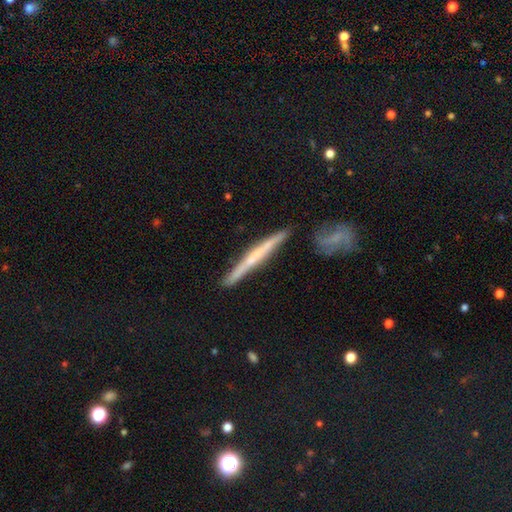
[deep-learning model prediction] Smooth or featured: featured or disk — 59% (smooth — 34%)
Edge-on disk: yes — 95% (no — 5%)
Edge-on bulge: none — 62% (rounded — 28%)
Merging: none — 82% (minor disturbance — 11%)